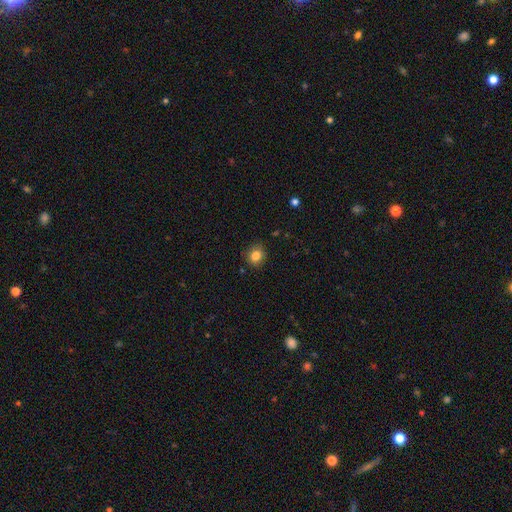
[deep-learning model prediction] smooth_or_featured: smooth (p=0.84) [alt: star or artifact p=0.10]
how_rounded: round (p=0.73) [alt: in between p=0.26]
merging: none (p=0.85) [alt: minor disturbance p=0.12]